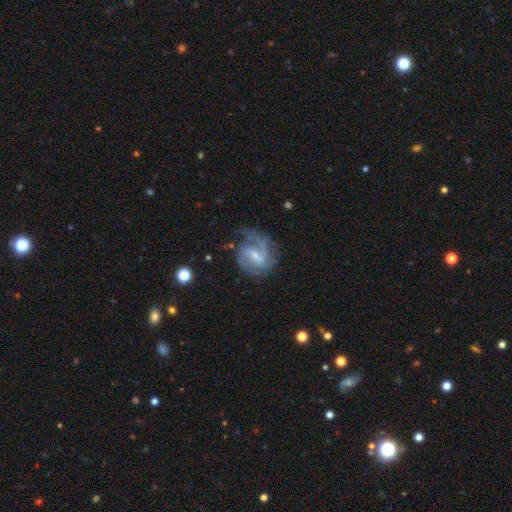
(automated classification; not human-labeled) A featured or disk galaxy (82%) with a weak bar (55%), 2 (55%) medium (47%) spiral arms (94%) and a small central bulge (52%). Merging: none (62%).